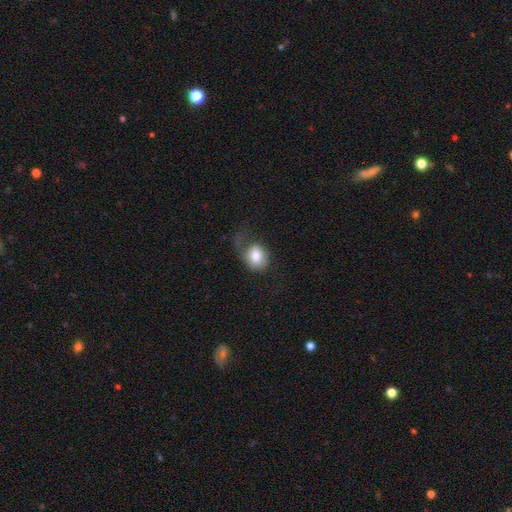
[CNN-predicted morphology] smooth_or_featured: smooth (p=0.76) [alt: featured or disk p=0.17]
how_rounded: round (p=0.52) [alt: in between p=0.47]
merging: major disturbance (p=0.44) [alt: none p=0.28]